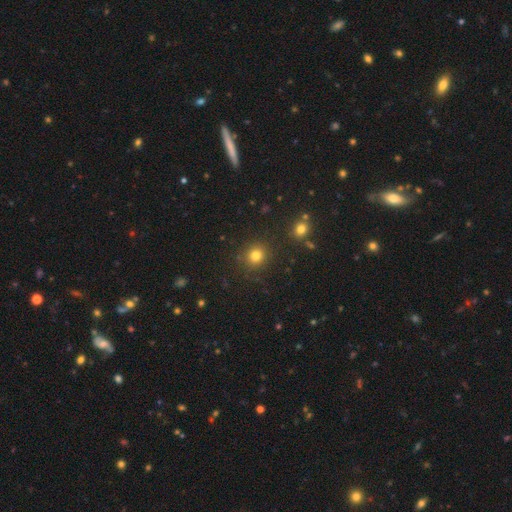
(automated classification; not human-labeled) Overall: smooth (80%). How rounded: round (88%). Merging: none (87%).